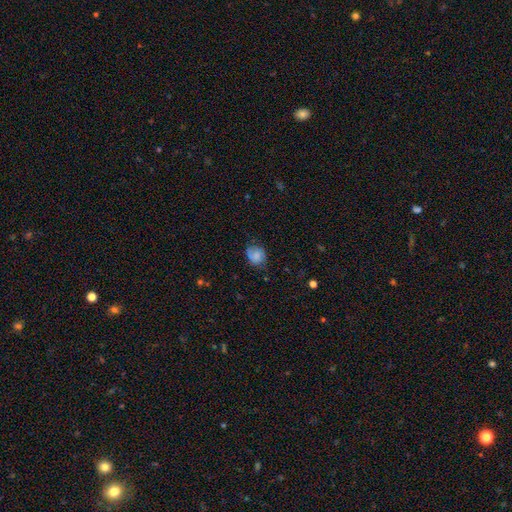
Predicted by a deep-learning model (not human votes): Morphology: type=smooth (70%); roundness=round (63%); merging=none (62%).